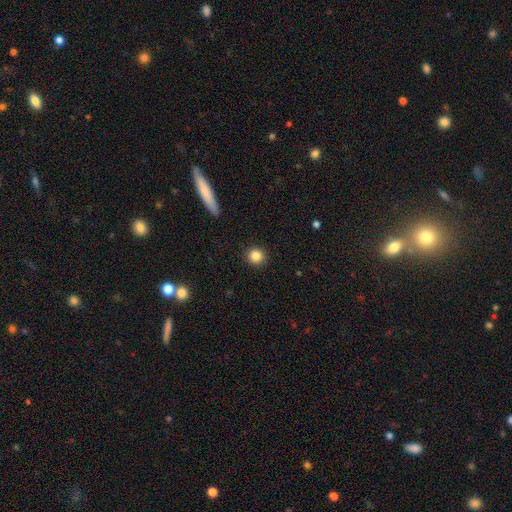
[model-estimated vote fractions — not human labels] Smooth or featured? Predicted: smooth (p=0.85). How rounded? Predicted: round (p=0.93). Merging? Predicted: none (p=0.92).